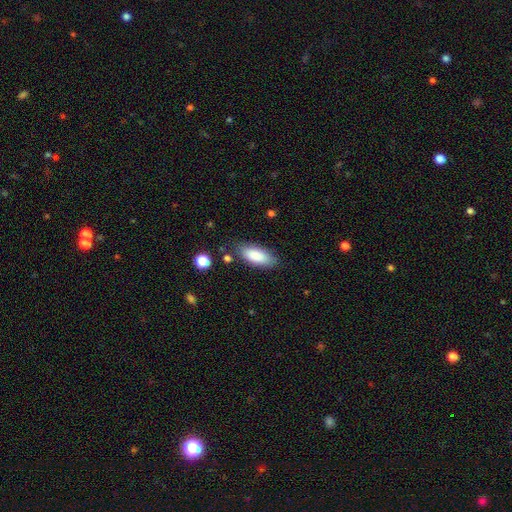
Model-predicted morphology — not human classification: smooth-or-featured: smooth: 86% | featured or disk: 8% | star or artifact: 6%
  how-rounded: in between: 81% | cigar-shaped: 17% | round: 2%
  merging: none: 80% | minor disturbance: 14% | major disturbance: 3% | merger: 3%